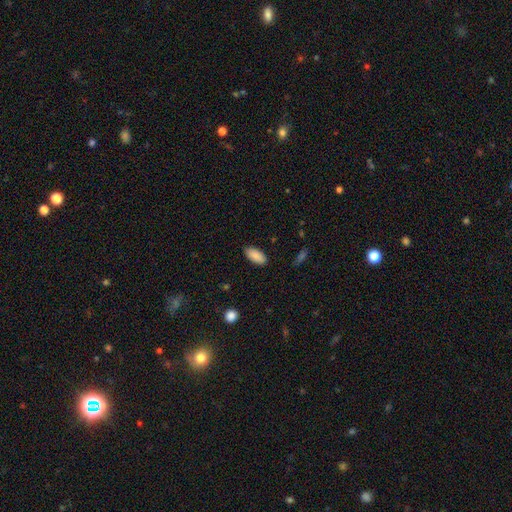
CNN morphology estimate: The model was most divided on "merging": none: 87%, minor disturbance: 10%, major disturbance: 2%, merger: 1%. More confident: how rounded — in between (93%); smooth or featured — smooth (89%).